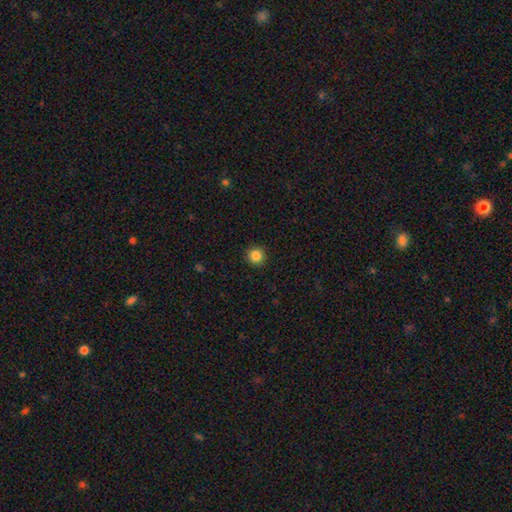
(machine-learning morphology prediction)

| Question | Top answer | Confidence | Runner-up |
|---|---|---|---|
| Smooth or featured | smooth | 86% | star or artifact (11%) |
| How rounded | round | 95% | in between (4%) |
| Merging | none | 92% | minor disturbance (5%) |